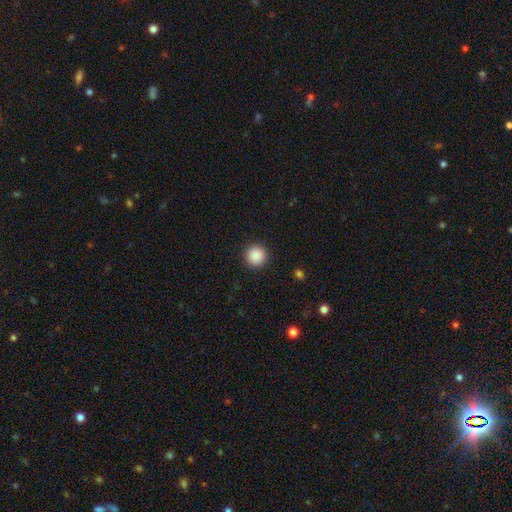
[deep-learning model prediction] A smooth galaxy with no disk features (89%) that is round (96%). Merging: none (92%).